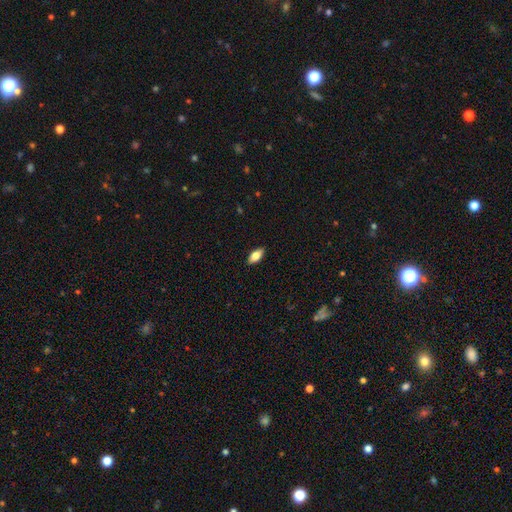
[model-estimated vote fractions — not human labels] This is likely a smooth galaxy (78%). How rounded: clearly in between (88%). Merging: clearly none (89%).